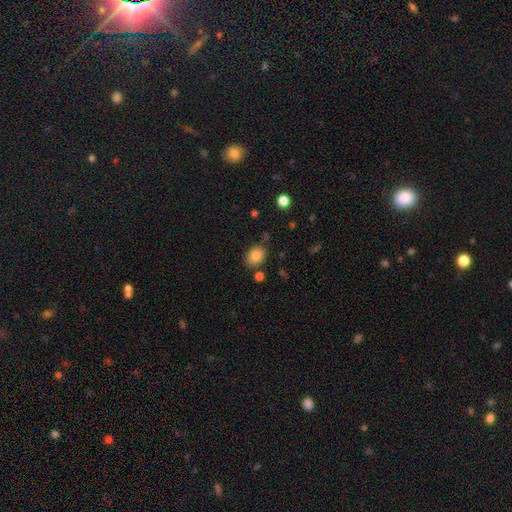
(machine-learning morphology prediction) Q: Smooth or featured?
A: smooth (85%); runner-up: star or artifact (9%)
Q: How rounded?
A: in between (65%); runner-up: round (34%)
Q: Merging?
A: none (78%); runner-up: minor disturbance (14%)